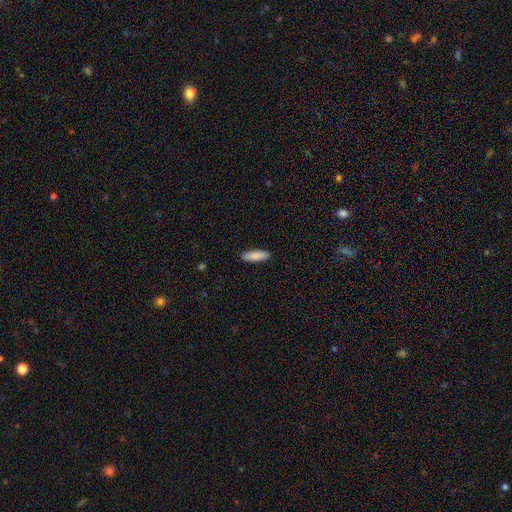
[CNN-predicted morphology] The model was most divided on "how rounded": cigar-shaped: 61%, in between: 38%, round: 2%. More confident: merging — none (90%); smooth or featured — smooth (88%).